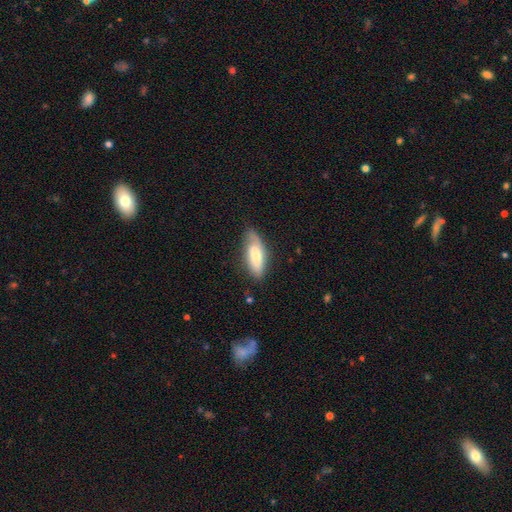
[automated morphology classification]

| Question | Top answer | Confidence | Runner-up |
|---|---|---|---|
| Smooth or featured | smooth | 66% | featured or disk (28%) |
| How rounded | in between | 67% | cigar-shaped (31%) |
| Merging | none | 65% | minor disturbance (27%) |